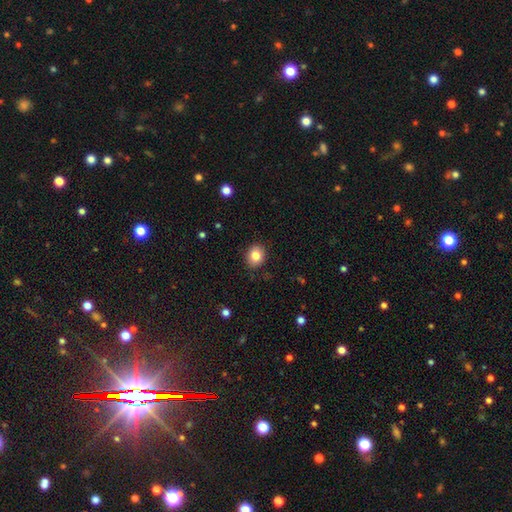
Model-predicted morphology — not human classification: This is clearly a smooth galaxy (83%). How rounded: likely round (63%). Merging: clearly none (89%).